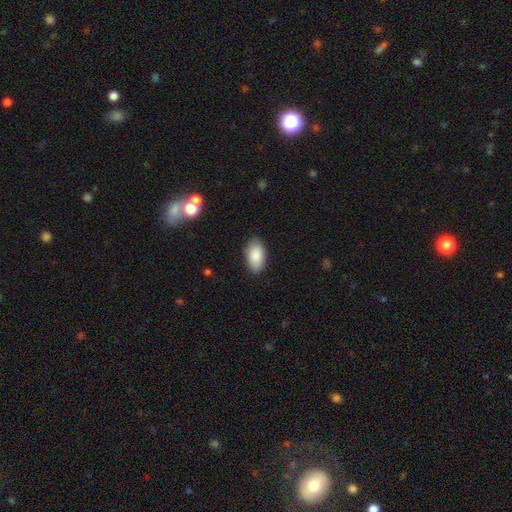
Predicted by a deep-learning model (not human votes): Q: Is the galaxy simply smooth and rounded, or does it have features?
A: smooth — 89%.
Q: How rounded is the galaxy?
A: in between — 95%.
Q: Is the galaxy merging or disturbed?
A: none — 86%.